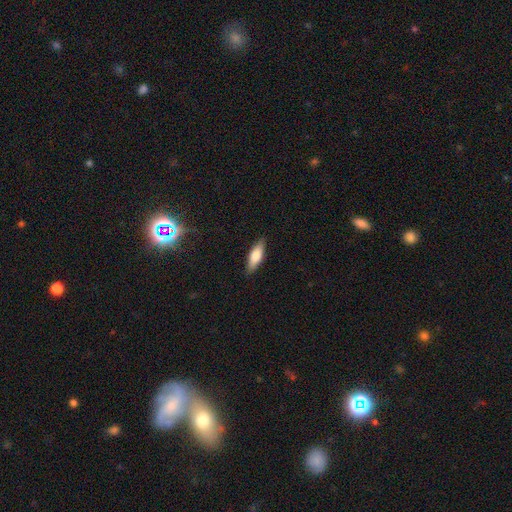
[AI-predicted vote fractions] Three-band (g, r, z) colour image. It shows a smooth galaxy with no disk features (71%) that is in between round and cigar-shaped (56%). Merging: none (86%).